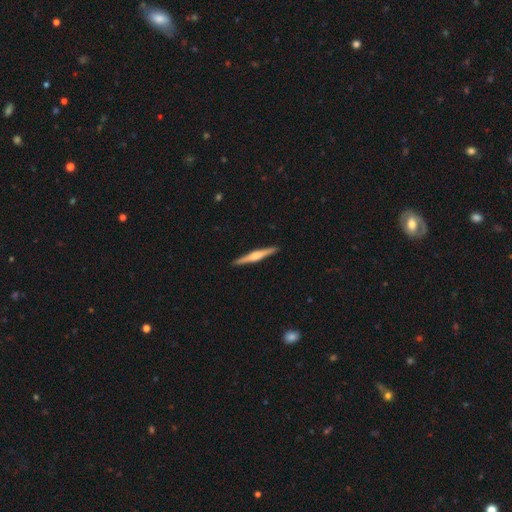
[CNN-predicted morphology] A featured or disk galaxy (69%) viewed edge-on (98%) with a rounded central bulge (77%). Merging: none (92%).